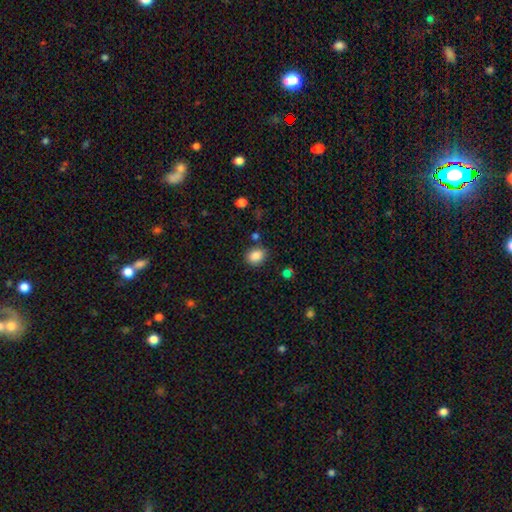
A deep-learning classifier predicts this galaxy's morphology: smooth 86%, star or artifact 9%, featured or disk 4%. Down the decision tree: how rounded — round (54%); merging — none (80%).